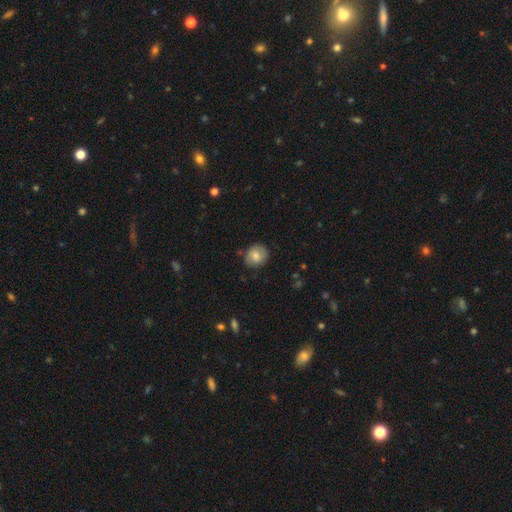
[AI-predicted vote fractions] The model was most divided on "how rounded": round: 75%, in between: 24%, cigar-shaped: 1%. More confident: merging — none (83%); smooth or featured — smooth (79%).